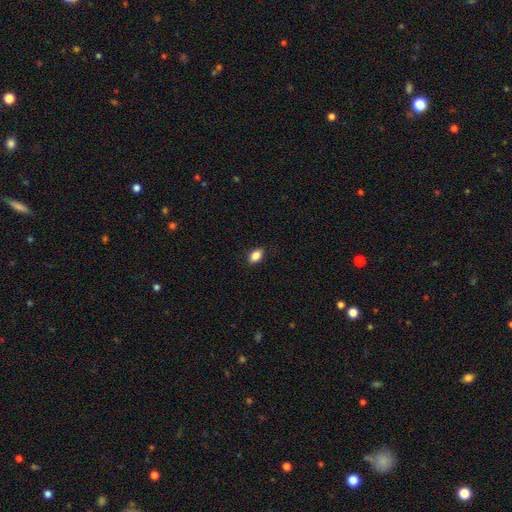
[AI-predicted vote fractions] This is clearly a smooth galaxy (85%). How rounded: clearly in between (87%). Merging: clearly none (87%).